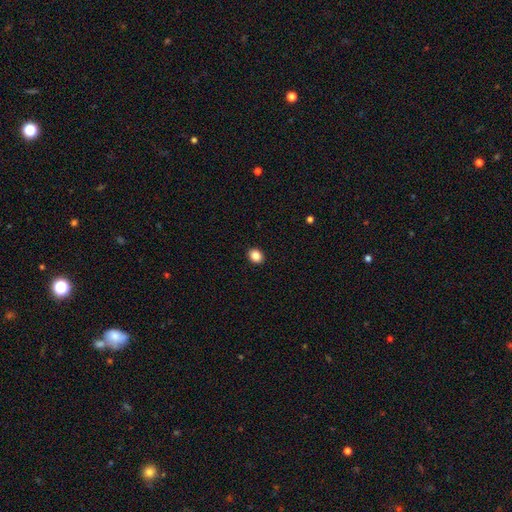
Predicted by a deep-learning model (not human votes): This is clearly a smooth galaxy (86%). How rounded: possibly round (53%). Merging: clearly none (92%).